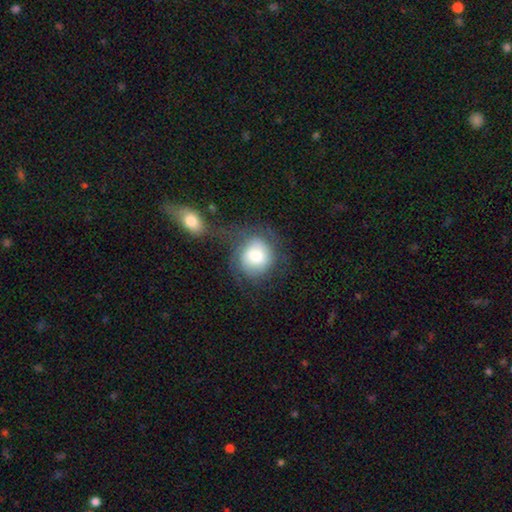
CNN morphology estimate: This appears to be a smooth galaxy with no disk features (67%) that is round (81%). Merging: none (52%).